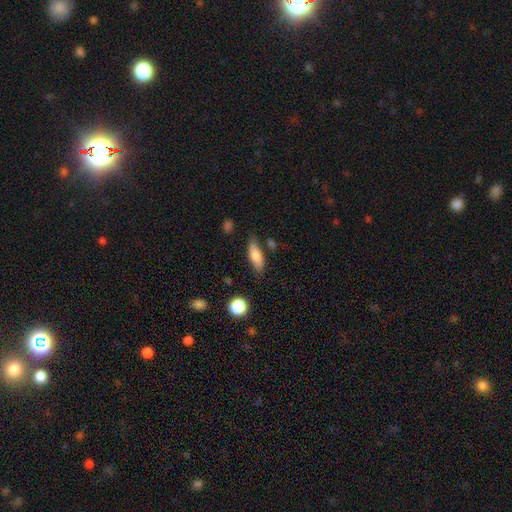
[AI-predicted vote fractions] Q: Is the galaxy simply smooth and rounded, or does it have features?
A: smooth — 79%.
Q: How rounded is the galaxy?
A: in between — 61%.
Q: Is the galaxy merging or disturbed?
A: none — 72%.